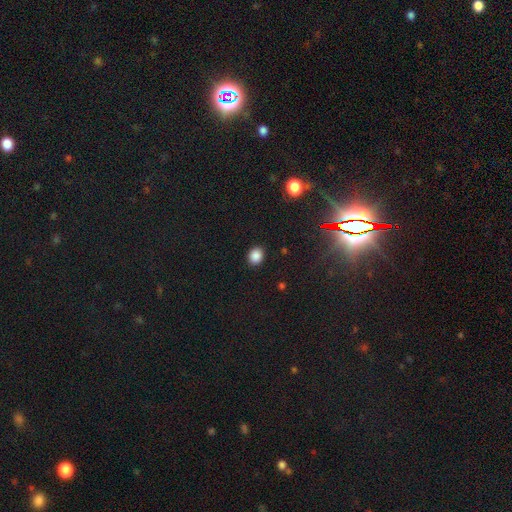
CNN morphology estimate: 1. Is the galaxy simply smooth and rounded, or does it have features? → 86% smooth, 11% star or artifact, 3% featured or disk.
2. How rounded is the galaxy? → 62% round, 37% in between, 1% cigar-shaped.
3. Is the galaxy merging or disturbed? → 90% none, 7% minor disturbance, 2% major disturbance, 1% merger.